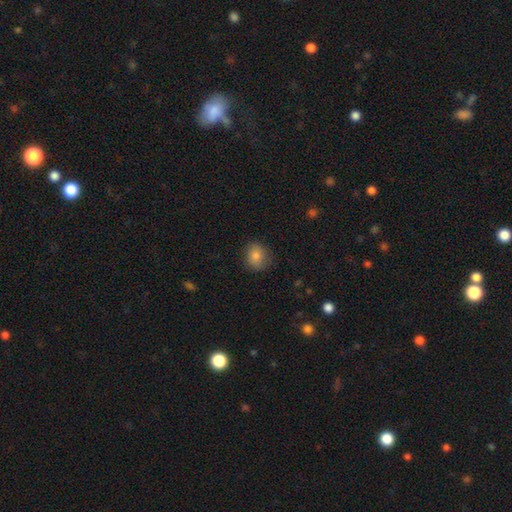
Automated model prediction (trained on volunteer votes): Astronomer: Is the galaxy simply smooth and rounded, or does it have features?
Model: smooth — 82%.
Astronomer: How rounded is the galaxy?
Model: round — 68%.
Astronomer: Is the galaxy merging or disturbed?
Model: none — 82%.